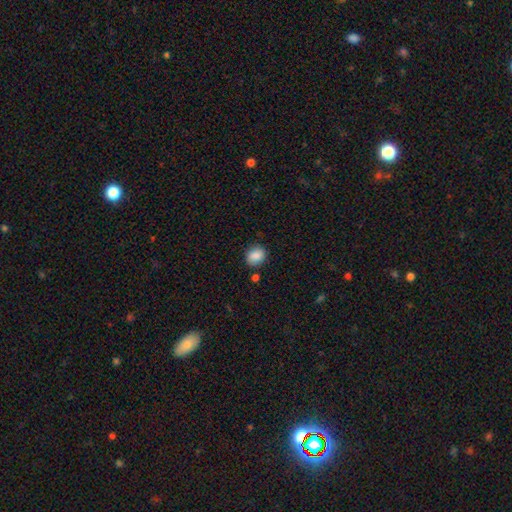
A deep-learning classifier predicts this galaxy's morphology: Overall: smooth (86%). How rounded: round (60%; in between 39%). Merging: none (81%).